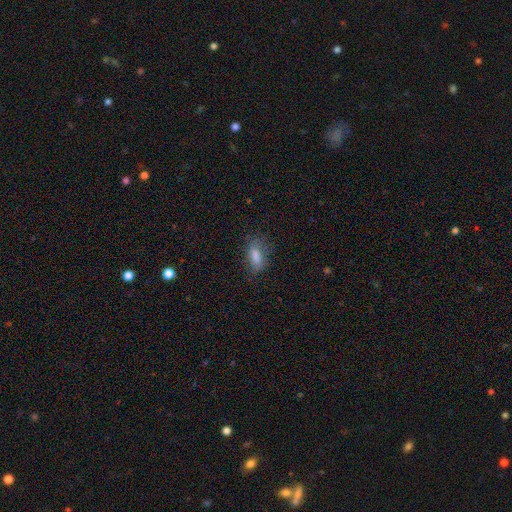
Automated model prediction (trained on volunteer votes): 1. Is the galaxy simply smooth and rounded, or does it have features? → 75% smooth, 14% featured or disk, 11% star or artifact.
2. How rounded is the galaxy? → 73% in between, 22% cigar-shaped, 5% round.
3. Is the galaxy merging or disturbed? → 68% none, 22% minor disturbance, 9% major disturbance, 2% merger.